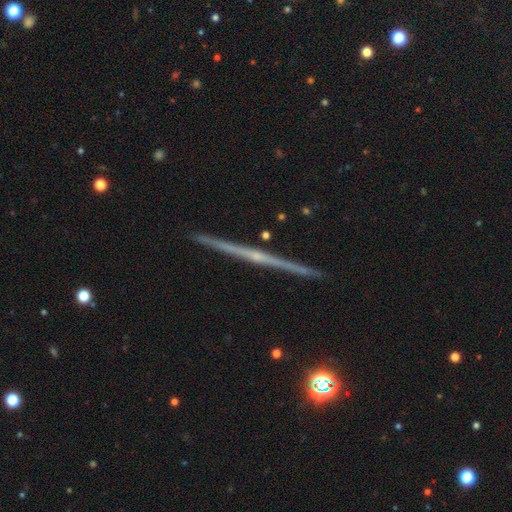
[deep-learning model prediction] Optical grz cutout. It shows a featured or disk galaxy (83%) viewed edge-on (99%) with a rounded central bulge (48%). Merging: none (92%).